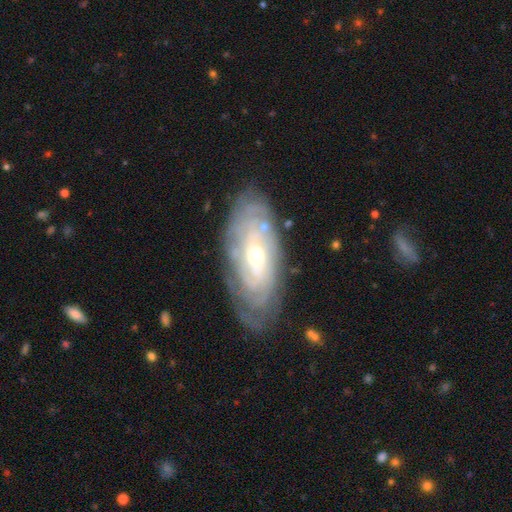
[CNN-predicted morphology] Smooth or featured?
  - featured or disk: 80% *
  - smooth: 14%
  - star or artifact: 6%
Edge-on disk?
  - no: 90% *
  - yes: 10%
Bar?
  - no: 67% *
  - weak: 25%
  - strong: 8%
Spiral arms?
  - yes: 88% *
  - no: 12%
Spiral winding?
  - tight: 80% *
  - medium: 15%
  - loose: 4%
Spiral arm count?
  - can't tell: 60% *
  - 4: 10%
  - 2: 10%
  - 3: 8%
  - more than 4: 8%
  - 1: 4%
Bulge size?
  - small: 51% *
  - moderate: 45%
  - large: 2%
  - none: 1%
  - dominant: 1%
Merging?
  - none: 76% *
  - minor disturbance: 16%
  - major disturbance: 5%
  - merger: 2%